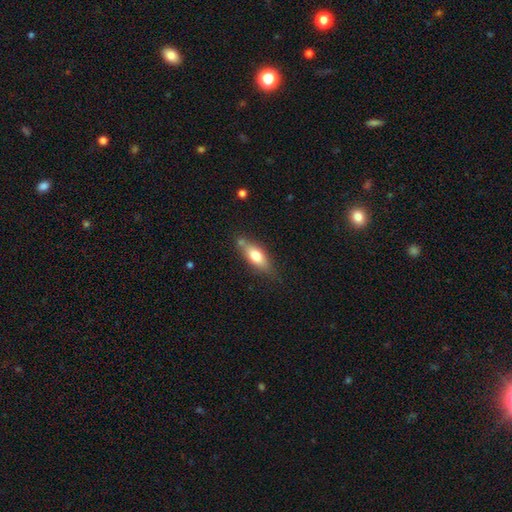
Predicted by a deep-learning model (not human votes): A smooth galaxy with no disk features (68%) that is in between round and cigar-shaped (66%). Merging: none (65%).